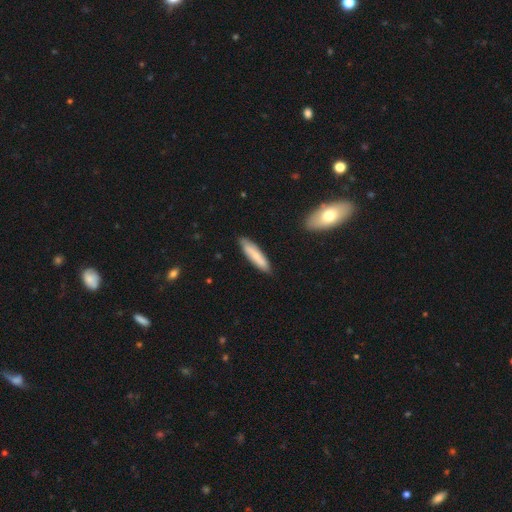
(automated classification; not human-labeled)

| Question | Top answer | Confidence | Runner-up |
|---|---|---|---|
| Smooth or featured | smooth | 70% | featured or disk (25%) |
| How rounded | cigar-shaped | 78% | in between (21%) |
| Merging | none | 83% | minor disturbance (13%) |